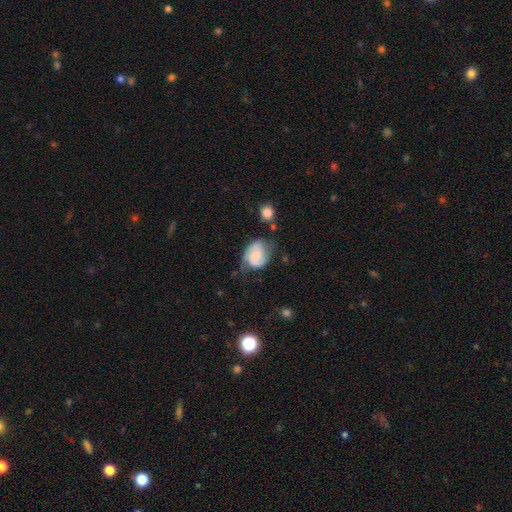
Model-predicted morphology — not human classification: This appears to be a featured or disk galaxy (64%) with no bar (58%), 2 (81%) medium (46%) spiral arms (92%) and a small central bulge (40%). Merging: none (50%).